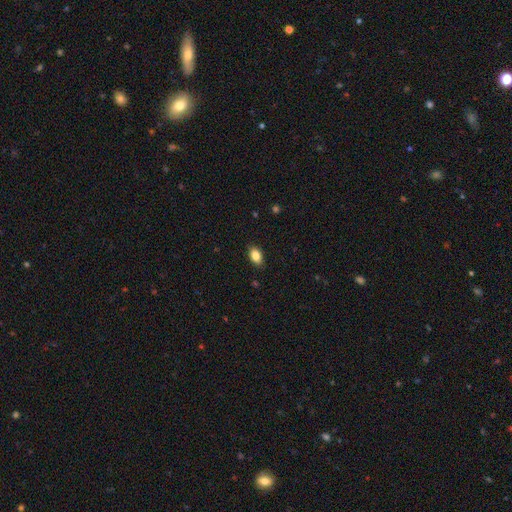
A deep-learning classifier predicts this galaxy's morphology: Overall: smooth (85%). How rounded: in between (88%). Merging: none (88%).